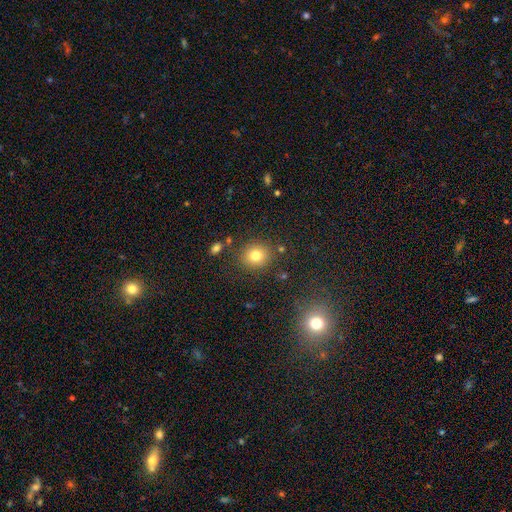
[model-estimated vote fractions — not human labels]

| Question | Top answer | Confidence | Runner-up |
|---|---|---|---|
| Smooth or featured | smooth | 80% | star or artifact (13%) |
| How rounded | round | 82% | in between (17%) |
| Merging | none | 85% | minor disturbance (8%) |